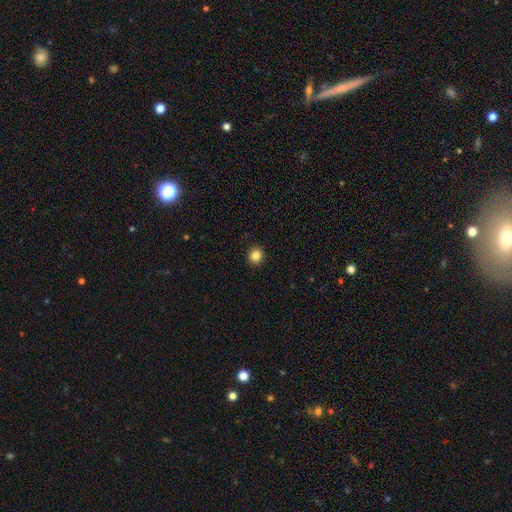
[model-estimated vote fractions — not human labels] smooth-or-featured: smooth: 85% | star or artifact: 11% | featured or disk: 4%
  how-rounded: round: 91% | in between: 8% | cigar-shaped: 1%
  merging: none: 93% | minor disturbance: 5% | major disturbance: 1% | merger: 1%